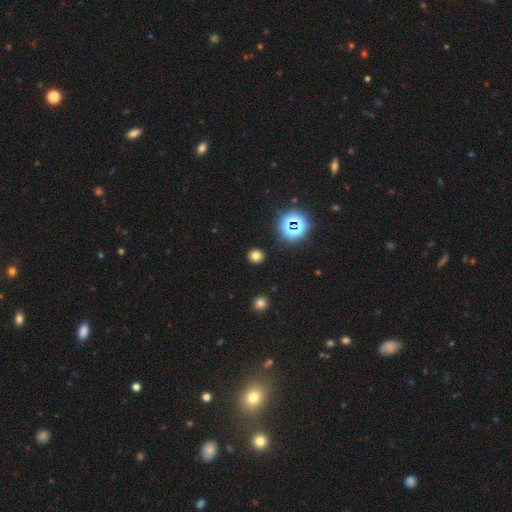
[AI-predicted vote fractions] The model was most divided on "smooth or featured": smooth: 70%, star or artifact: 23%, featured or disk: 7%. More confident: merging — none (89%); how rounded — round (85%).